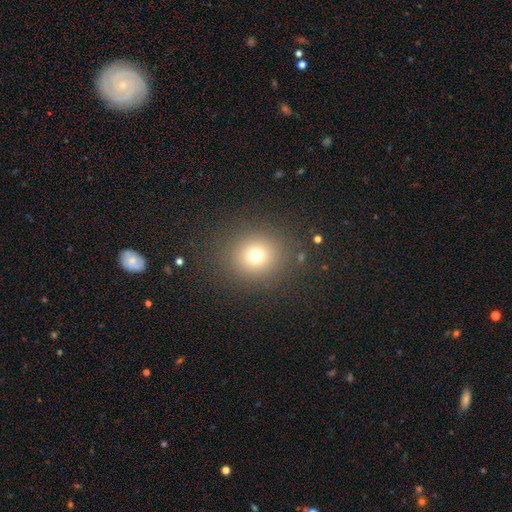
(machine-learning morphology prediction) A smooth galaxy with no disk features (72%) that is round (87%).

Vote fractions:
- Smooth or featured? smooth: 72% / star or artifact: 18% / featured or disk: 10%
- How rounded? round: 87% / in between: 12% / cigar-shaped: 1%
- Merging? none: 86% / minor disturbance: 7% / major disturbance: 5% / merger: 2%